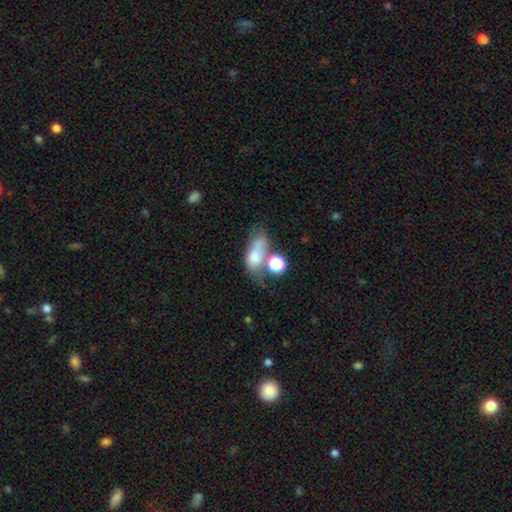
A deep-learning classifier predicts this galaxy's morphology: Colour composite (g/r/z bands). It shows a smooth galaxy with no disk features (68%) that is in between round and cigar-shaped (73%). Merging: merger (30%).